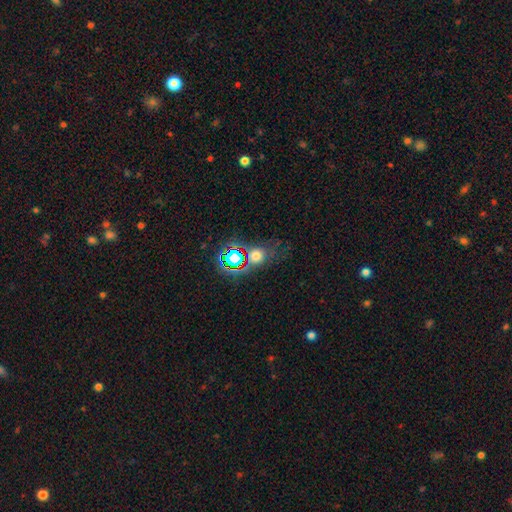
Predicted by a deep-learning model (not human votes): Smooth or featured?
  - smooth: 52% *
  - star or artifact: 36%
  - featured or disk: 12%
How rounded?
  - round: 69% *
  - in between: 29%
  - cigar-shaped: 2%
Merging?
  - none: 63% *
  - minor disturbance: 15%
  - merger: 13%
  - major disturbance: 10%